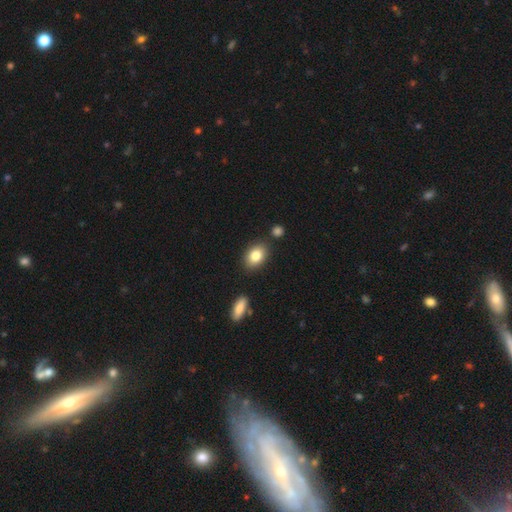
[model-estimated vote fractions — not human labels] Smooth or featured? smooth (83%)
How rounded? in between (81%)
Merging? none (81%)